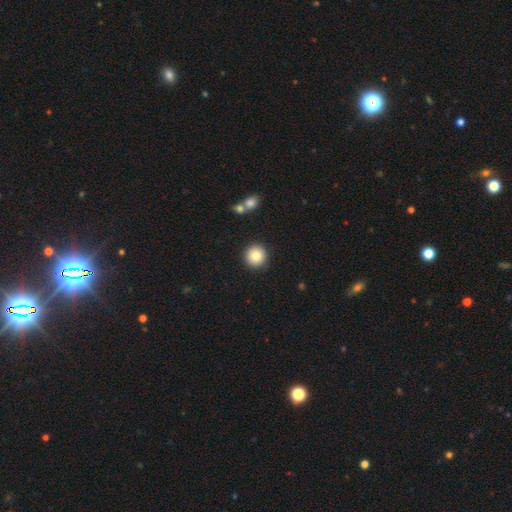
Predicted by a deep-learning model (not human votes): Morphology: type=smooth (82%); roundness=round (95%); merging=none (90%).